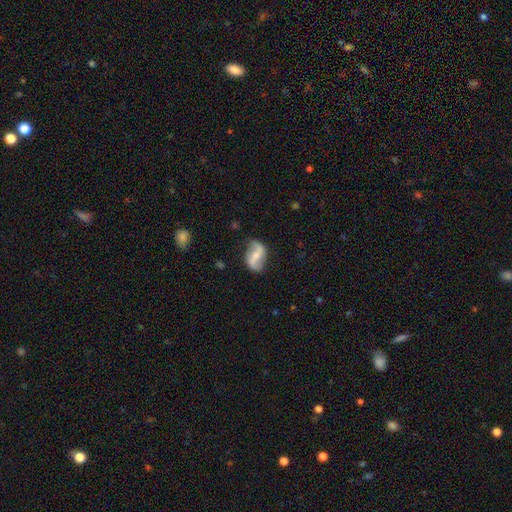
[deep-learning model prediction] This is likely a featured or disk galaxy (78%). It is clearly not viewed edge-on (97%). Bar: marginally strong (41%). Spiral arm pattern: clearly yes (90%). Spiral arm count: clearly 2 (92%). Spiral winding: likely loose (70%). Central bulge: possibly small (48%). Merging: likely none (75%).